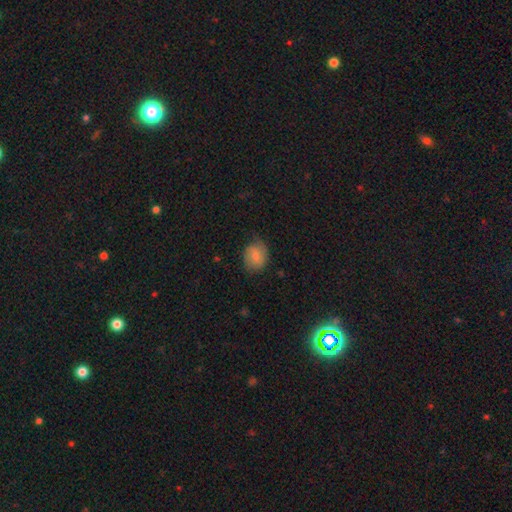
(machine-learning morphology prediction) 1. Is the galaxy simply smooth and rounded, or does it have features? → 70% smooth, 22% featured or disk, 8% star or artifact.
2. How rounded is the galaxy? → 55% round, 44% in between, 1% cigar-shaped.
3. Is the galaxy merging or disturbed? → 63% none, 27% minor disturbance, 8% major disturbance, 1% merger.